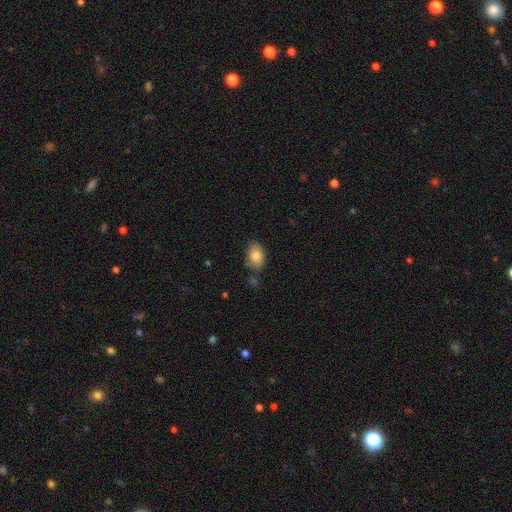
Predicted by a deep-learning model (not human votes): The model was most divided on "merging": none: 75%, minor disturbance: 17%, merger: 5%, major disturbance: 3%. More confident: how rounded — in between (87%); smooth or featured — smooth (83%).